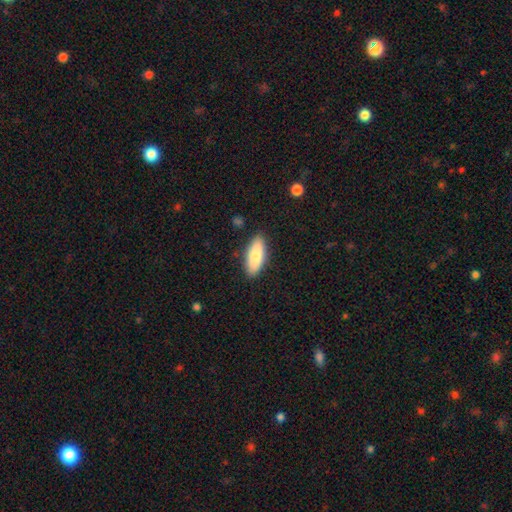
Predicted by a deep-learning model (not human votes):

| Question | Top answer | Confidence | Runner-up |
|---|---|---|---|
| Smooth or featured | smooth | 83% | featured or disk (11%) |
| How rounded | in between | 79% | cigar-shaped (20%) |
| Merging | none | 86% | minor disturbance (10%) |